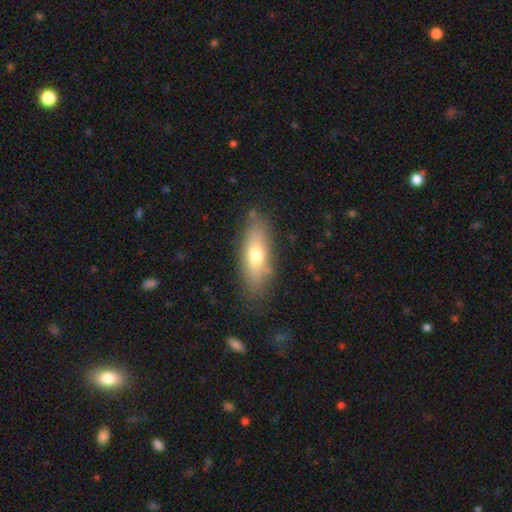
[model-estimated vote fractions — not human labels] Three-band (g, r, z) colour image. It shows a smooth galaxy with no disk features (63%) that is in between round and cigar-shaped (58%). Merging: none (80%).